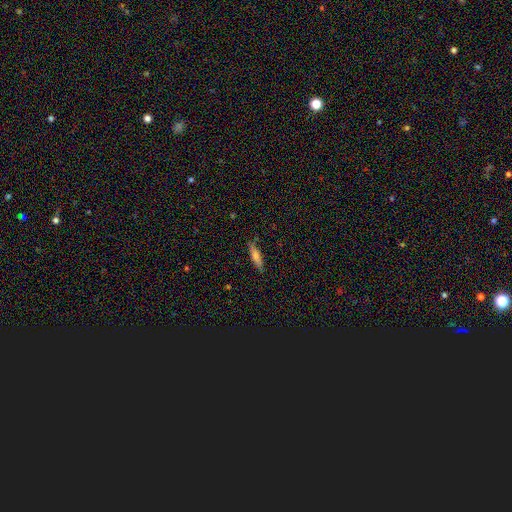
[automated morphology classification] Overall: smooth (62%; featured or disk 31%). How rounded: cigar-shaped (74%). Merging: none (85%).